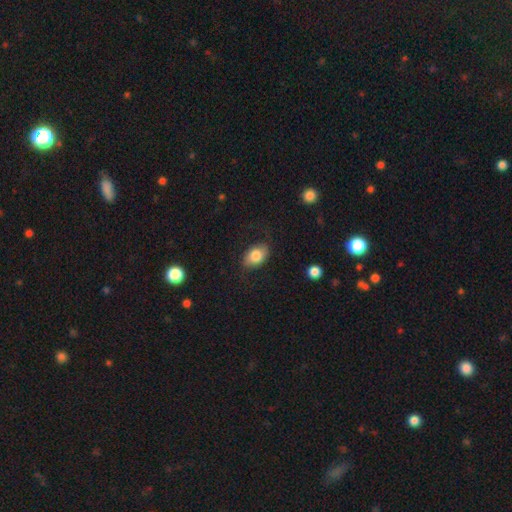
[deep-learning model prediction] This appears to be a smooth galaxy with no disk features (76%) that is in between round and cigar-shaped (84%). Merging: none (74%).